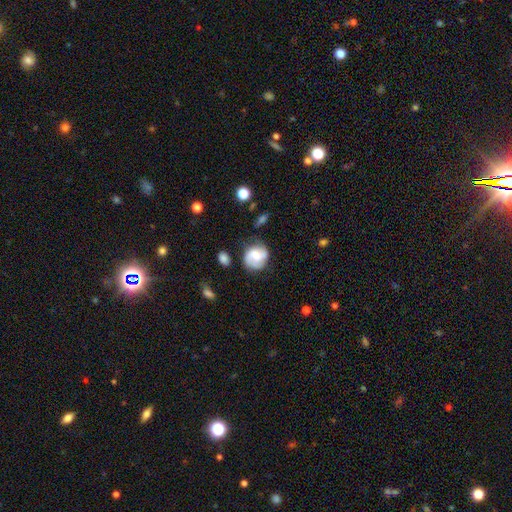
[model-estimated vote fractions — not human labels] Smooth or featured? Predicted: featured or disk (p=0.56). Edge-on disk? Predicted: no (p=0.97). Bar? Predicted: no (p=0.49). Spiral arms? Predicted: yes (p=0.87). Bulge size? Predicted: moderate (p=0.53). Merging? Predicted: none (p=0.64).